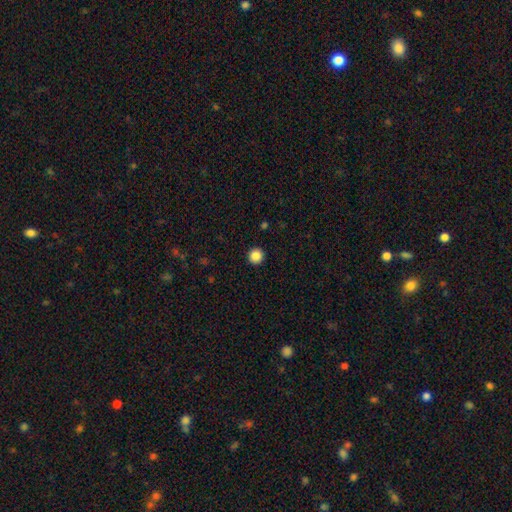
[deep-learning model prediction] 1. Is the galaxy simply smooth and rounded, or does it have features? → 86% smooth, 10% star or artifact, 4% featured or disk.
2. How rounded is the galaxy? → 94% round, 5% in between, 1% cigar-shaped.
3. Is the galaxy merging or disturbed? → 93% none, 4% minor disturbance, 2% major disturbance, 1% merger.